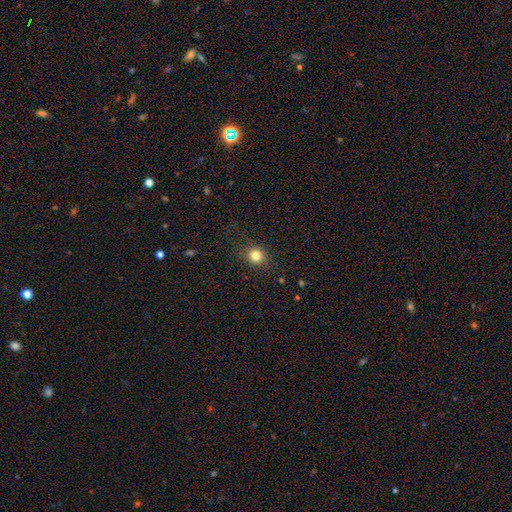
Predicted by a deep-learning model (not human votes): Smooth or featured? Predicted: smooth (p=0.81). How rounded? Predicted: round (p=0.82). Merging? Predicted: none (p=0.84).